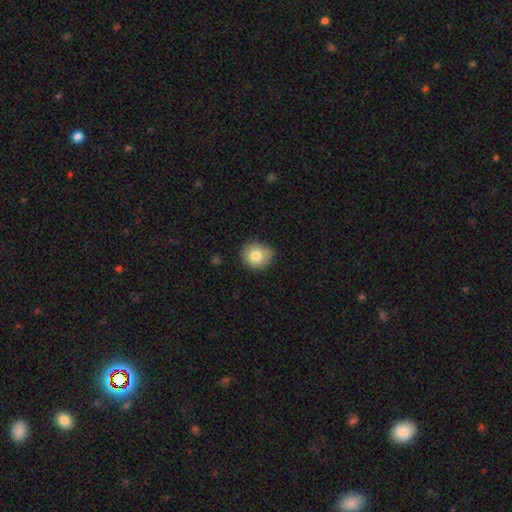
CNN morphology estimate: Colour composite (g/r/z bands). It shows a smooth galaxy with no disk features (80%) that is round (87%). Merging: none (69%).